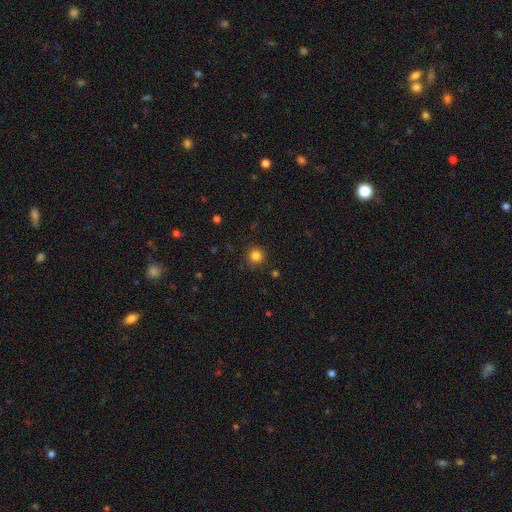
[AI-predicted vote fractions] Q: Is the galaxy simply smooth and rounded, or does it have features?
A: smooth — 83%.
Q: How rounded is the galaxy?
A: round — 94%.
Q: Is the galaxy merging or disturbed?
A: none — 89%.